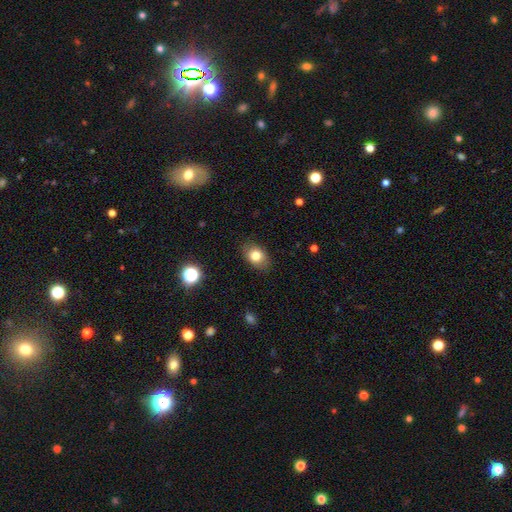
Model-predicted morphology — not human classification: Smooth or featured? smooth (79%)
How rounded? in between (73%)
Merging? none (83%)